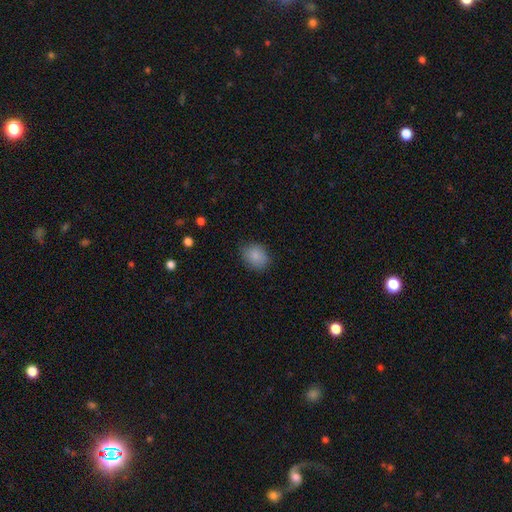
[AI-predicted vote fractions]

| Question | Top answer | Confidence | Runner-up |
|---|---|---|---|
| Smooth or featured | smooth | 86% | star or artifact (8%) |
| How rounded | in between | 51% | round (48%) |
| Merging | none | 78% | minor disturbance (17%) |